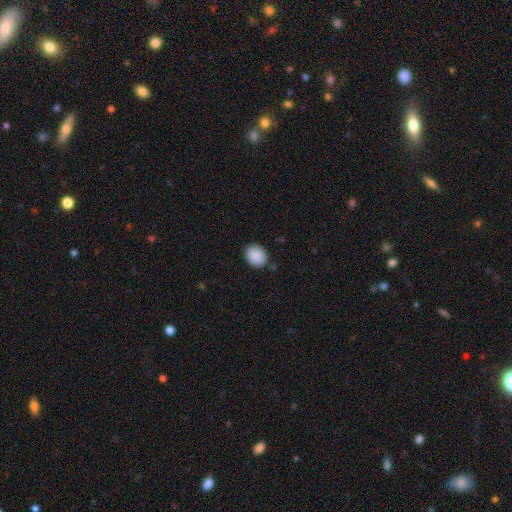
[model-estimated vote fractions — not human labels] This is clearly a smooth galaxy (89%). How rounded: likely round (62%). Merging: clearly none (85%).